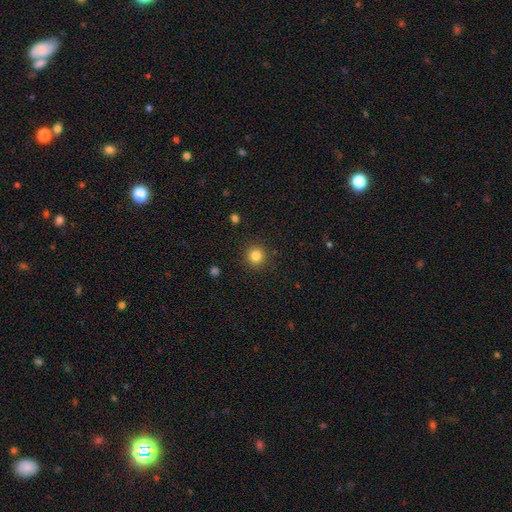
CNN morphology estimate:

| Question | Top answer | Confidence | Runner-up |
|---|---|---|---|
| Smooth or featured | smooth | 83% | star or artifact (12%) |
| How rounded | round | 93% | in between (6%) |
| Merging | none | 90% | minor disturbance (6%) |